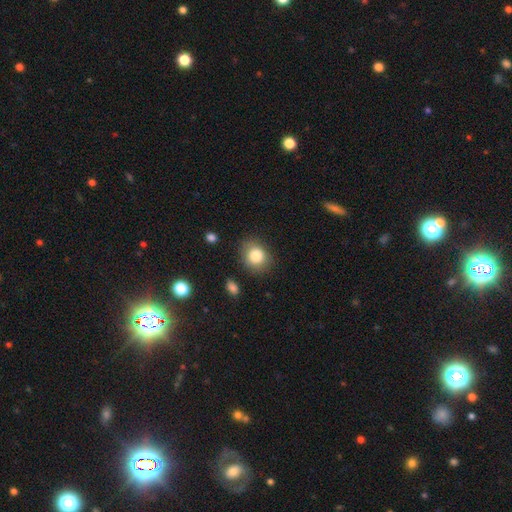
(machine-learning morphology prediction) smooth_or_featured: smooth (p=0.83) [alt: star or artifact p=0.09]
how_rounded: round (p=0.66) [alt: in between p=0.33]
merging: none (p=0.78) [alt: minor disturbance p=0.15]